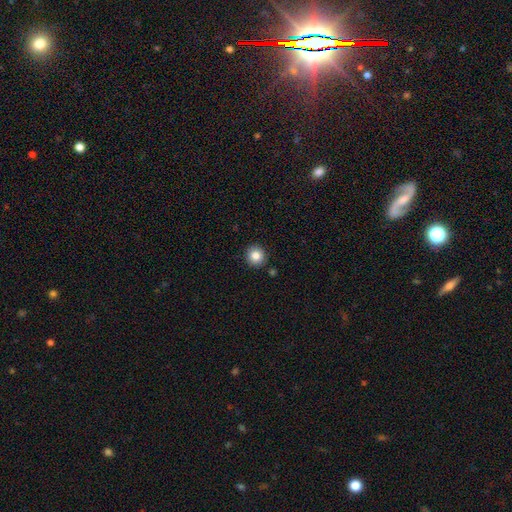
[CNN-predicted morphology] smooth-or-featured: smooth: 85% | star or artifact: 10% | featured or disk: 5%
  how-rounded: round: 93% | in between: 6% | cigar-shaped: 1%
  merging: none: 91% | minor disturbance: 6% | merger: 2% | major disturbance: 2%